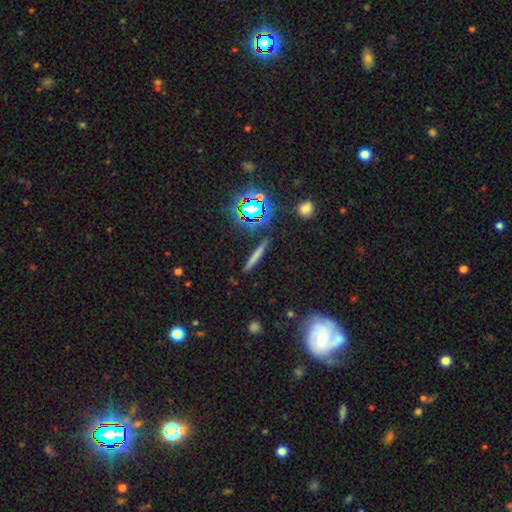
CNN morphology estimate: Overall: smooth (62%; featured or disk 23%). How rounded: cigar-shaped (92%). Merging: none (87%).